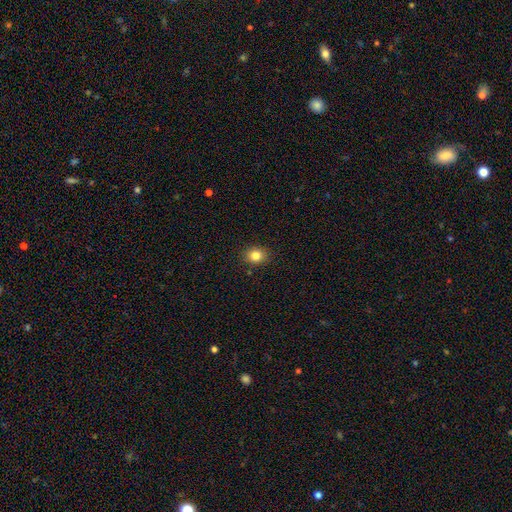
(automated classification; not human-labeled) Smooth or featured? Predicted: smooth (p=0.83). How rounded? Predicted: round (p=0.61). Merging? Predicted: none (p=0.89).